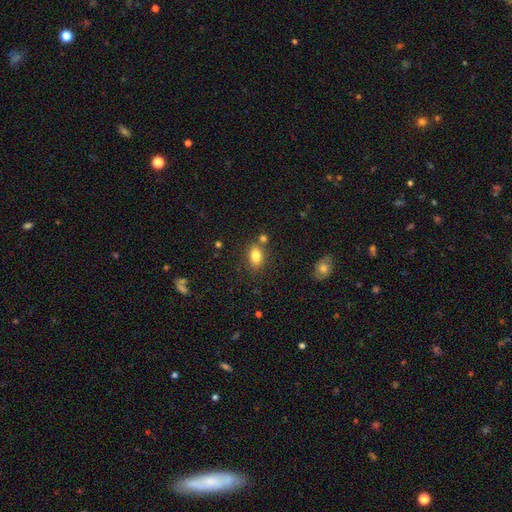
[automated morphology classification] Smooth or featured? smooth (81%)
How rounded? in between (83%)
Merging? none (72%)